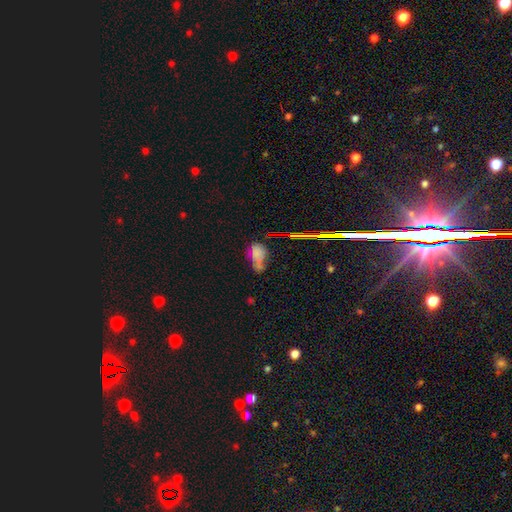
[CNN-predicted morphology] Smooth or featured? smooth (54%)
How rounded? in between (82%)
Merging? none (31%)